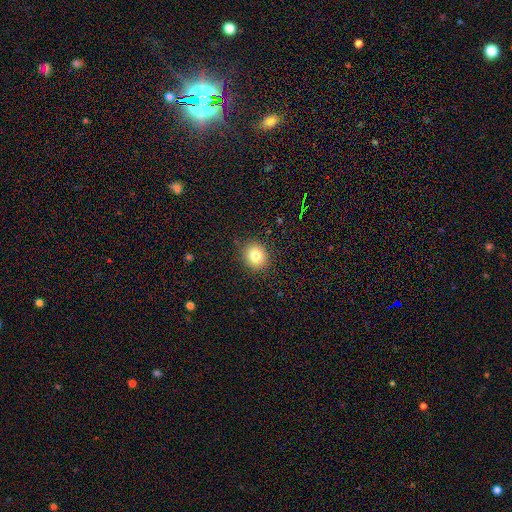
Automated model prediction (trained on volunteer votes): The model was most divided on "how rounded": round: 74%, in between: 25%, cigar-shaped: 1%. More confident: merging — none (88%); smooth or featured — smooth (81%).